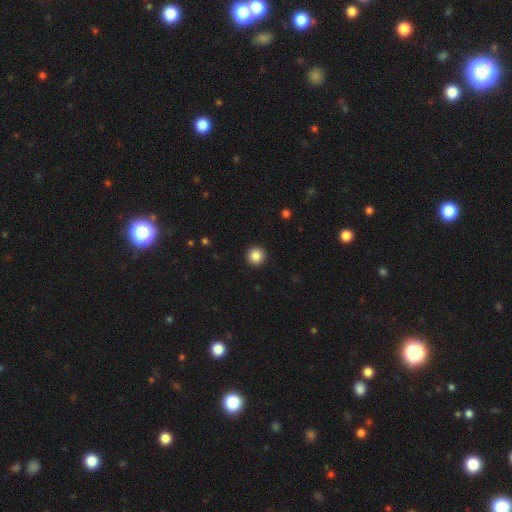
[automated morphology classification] Smooth or featured?
  - smooth: 86% *
  - star or artifact: 10%
  - featured or disk: 4%
How rounded?
  - round: 96% *
  - in between: 3%
  - cigar-shaped: 1%
Merging?
  - none: 93% *
  - minor disturbance: 4%
  - major disturbance: 2%
  - merger: 1%